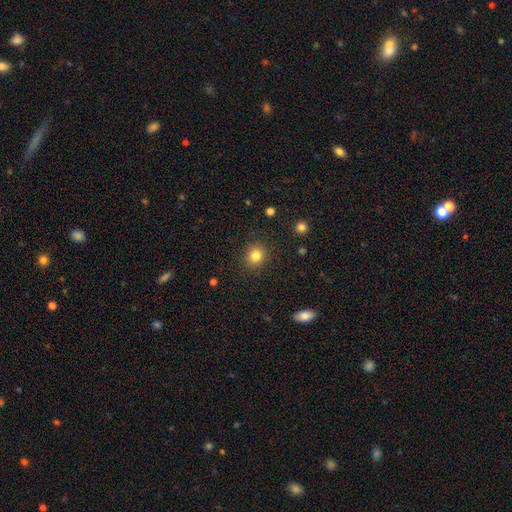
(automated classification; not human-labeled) Overall: smooth (83%). How rounded: round (82%). Merging: none (88%).